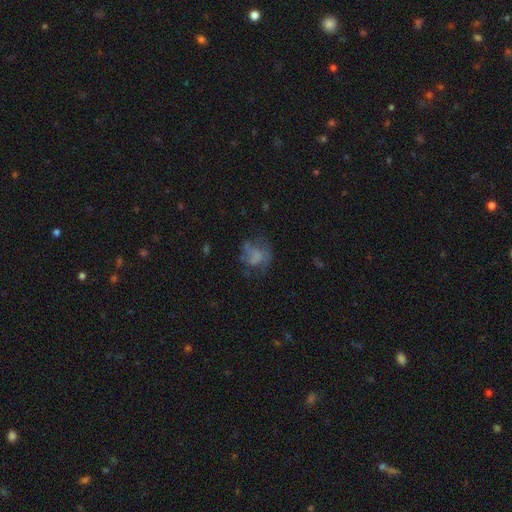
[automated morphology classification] smooth-or-featured: smooth: 48% | featured or disk: 37% | star or artifact: 16%
  merging: none: 40% | major disturbance: 35% | minor disturbance: 22% | merger: 3%